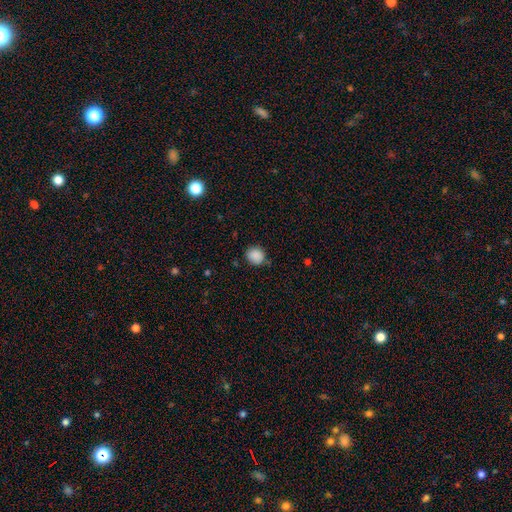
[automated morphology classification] This is clearly a smooth galaxy (88%). How rounded: clearly round (80%). Merging: clearly none (80%).